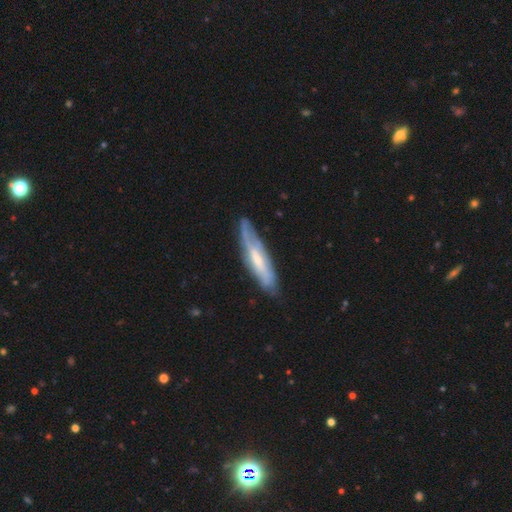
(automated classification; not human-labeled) A featured or disk galaxy (60%) viewed edge-on (55%).

Vote fractions:
- Smooth or featured? featured or disk: 60% / smooth: 33% / star or artifact: 7%
- Edge-on disk? yes: 55% / no: 45%
- Merging? none: 76% / minor disturbance: 18% / major disturbance: 4% / merger: 2%